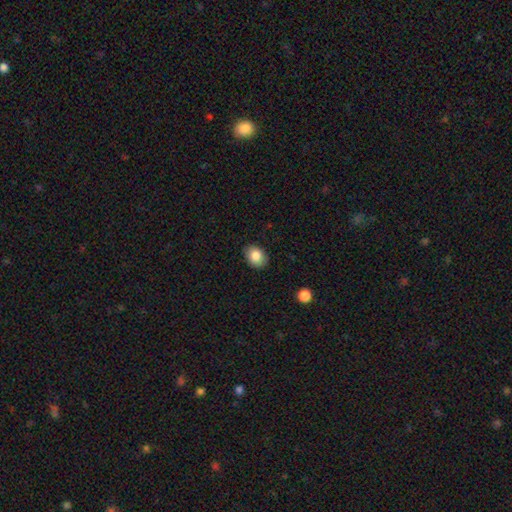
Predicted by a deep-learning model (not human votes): Smooth or featured? Predicted: smooth (p=0.85). How rounded? Predicted: in between (p=0.61). Merging? Predicted: none (p=0.86).